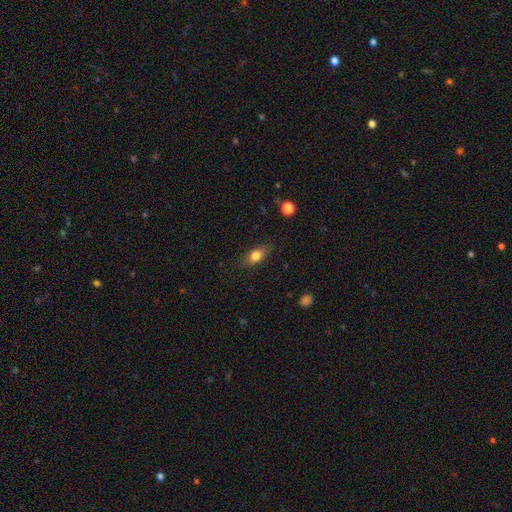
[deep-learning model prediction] A smooth galaxy with no disk features (76%) that is in between round and cigar-shaped (75%).

Vote fractions:
- Smooth or featured? smooth: 76% / featured or disk: 16% / star or artifact: 9%
- How rounded? in between: 75% / cigar-shaped: 15% / round: 10%
- Merging? none: 80% / minor disturbance: 15% / major disturbance: 4% / merger: 1%